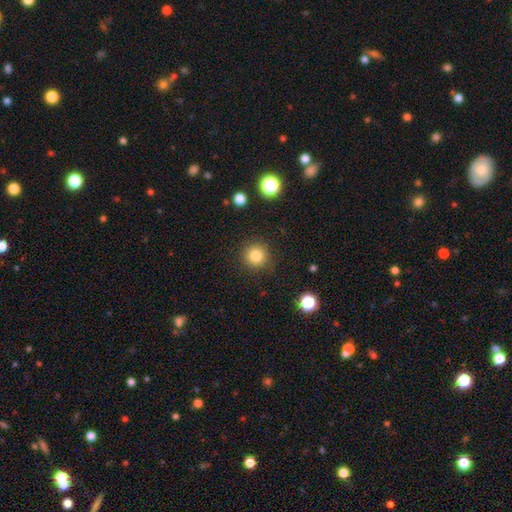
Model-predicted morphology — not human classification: smooth 83%, star or artifact 12%, featured or disk 6%. Down the decision tree: how rounded — round (95%); merging — none (90%).